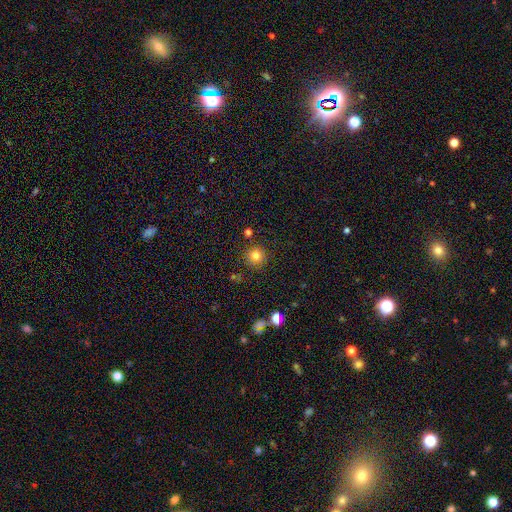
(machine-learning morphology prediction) Smooth or featured?
  - smooth: 81% *
  - star or artifact: 13%
  - featured or disk: 6%
How rounded?
  - round: 94% *
  - in between: 5%
  - cigar-shaped: 1%
Merging?
  - none: 87% *
  - minor disturbance: 8%
  - merger: 3%
  - major disturbance: 3%